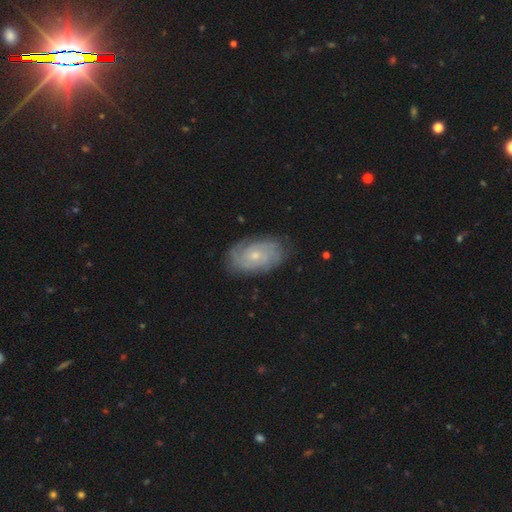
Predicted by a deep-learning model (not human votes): Smooth or featured? Predicted: featured or disk (p=0.80). Edge-on disk? Predicted: no (p=0.96). Bar? Predicted: no (p=0.75). Spiral arms? Predicted: yes (p=0.95). Spiral winding? Predicted: tight (p=0.70). Spiral arm count? Predicted: can't tell (p=0.35). Bulge size? Predicted: small (p=0.65). Merging? Predicted: none (p=0.79).